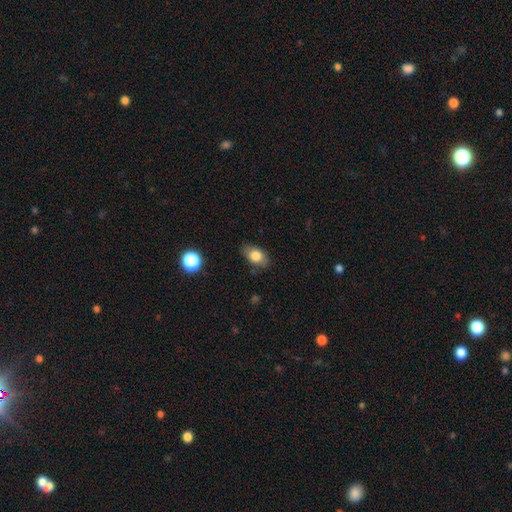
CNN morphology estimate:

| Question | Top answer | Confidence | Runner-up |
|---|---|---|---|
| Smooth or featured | smooth | 80% | featured or disk (12%) |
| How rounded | in between | 85% | round (13%) |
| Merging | none | 81% | minor disturbance (14%) |